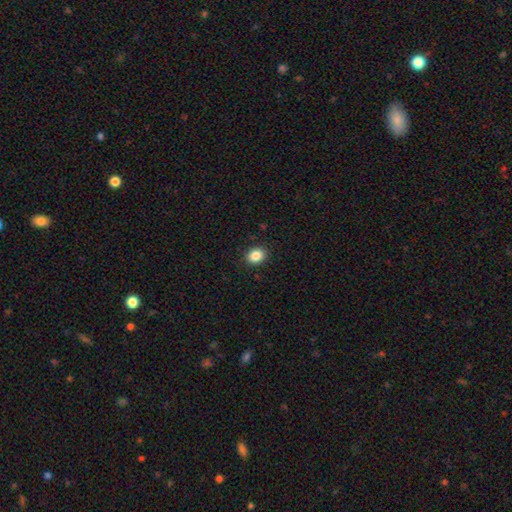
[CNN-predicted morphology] Q: Smooth or featured?
A: smooth (86%); runner-up: star or artifact (10%)
Q: How rounded?
A: round (56%); runner-up: in between (43%)
Q: Merging?
A: none (90%); runner-up: minor disturbance (7%)